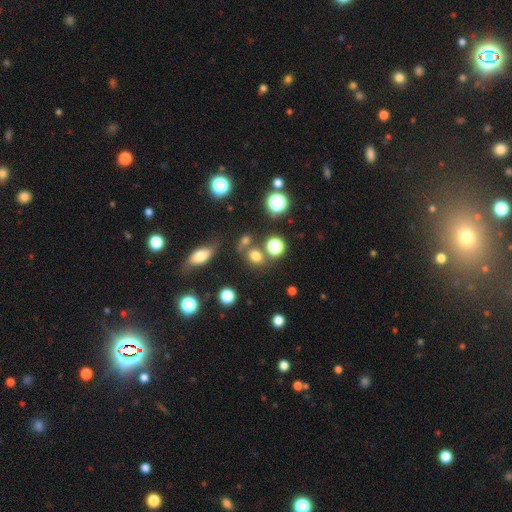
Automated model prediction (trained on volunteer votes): smooth 71%, star or artifact 20%, featured or disk 9%. Down the decision tree: how rounded — round (64%); merging — none (63%).